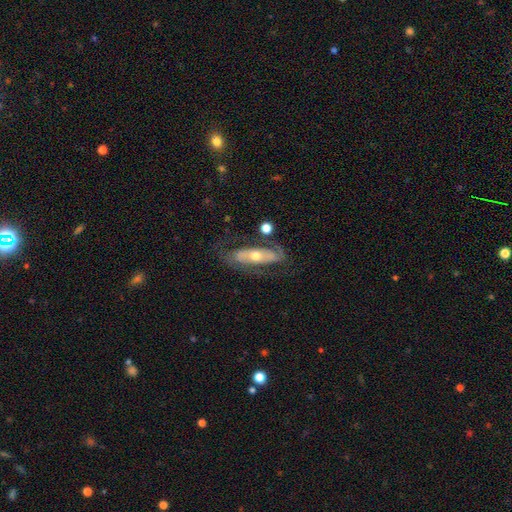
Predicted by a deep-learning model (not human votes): A featured or disk galaxy (73%) with no bar (60%), spiral arms (75%) and a moderate central bulge (58%).

Vote fractions:
- Smooth or featured? featured or disk: 73% / smooth: 21% / star or artifact: 6%
- Edge-on disk? no: 83% / yes: 17%
- Bar? no: 60% / strong: 21% / weak: 20%
- Spiral arms? yes: 75% / no: 25%
- Bulge size? moderate: 58% / small: 36% / large: 4% / dominant: 1% / none: 1%
- Merging? none: 63% / minor disturbance: 18% / major disturbance: 15% / merger: 4%